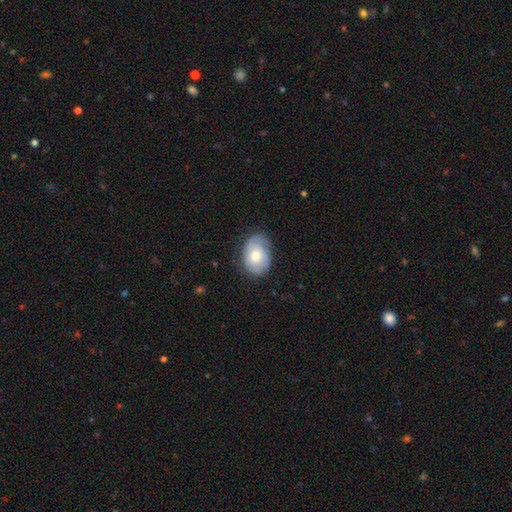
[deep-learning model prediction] A smooth galaxy with no disk features (54%) that is in between round and cigar-shaped (76%). Merging: none (69%).